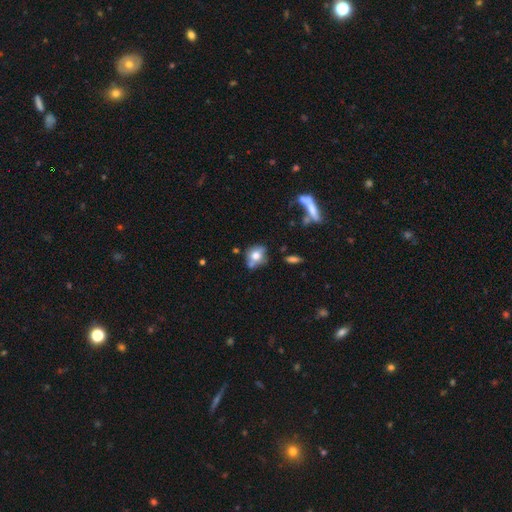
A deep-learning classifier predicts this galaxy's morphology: smooth-or-featured: smooth: 68% | featured or disk: 21% | star or artifact: 11%
  how-rounded: round: 68% | in between: 30% | cigar-shaped: 2%
  merging: none: 54% | minor disturbance: 20% | merger: 19% | major disturbance: 7%